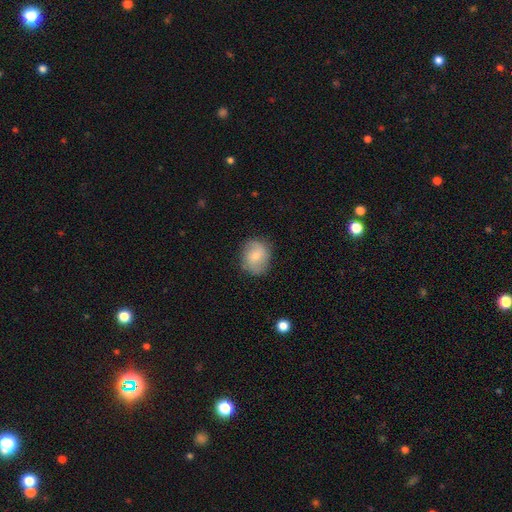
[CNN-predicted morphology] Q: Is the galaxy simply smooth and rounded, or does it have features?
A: smooth — 67%.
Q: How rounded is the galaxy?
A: round — 63%.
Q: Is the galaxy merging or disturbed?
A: none — 77%.